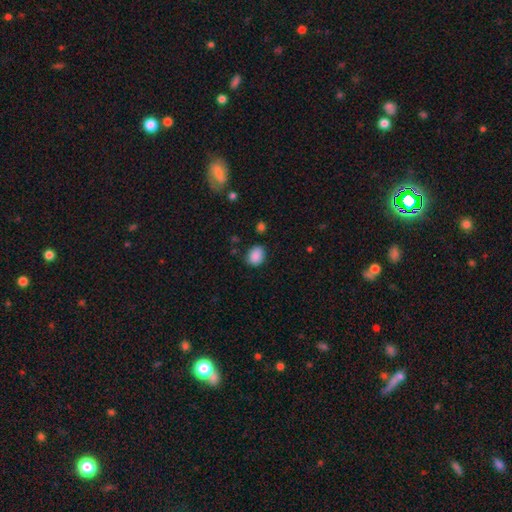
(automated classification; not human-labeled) smooth 88%, star or artifact 8%, featured or disk 4%. Down the decision tree: how rounded — in between (56%); merging — none (78%).